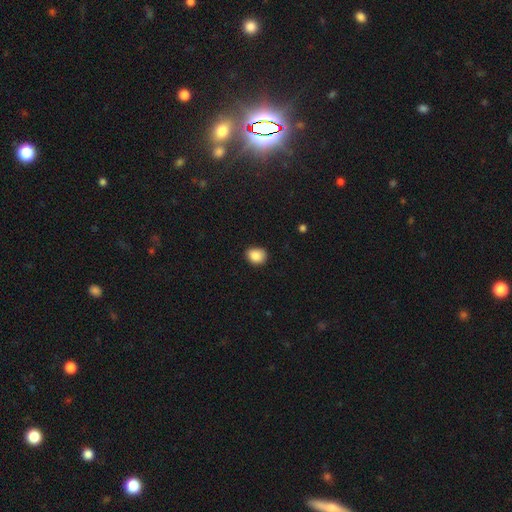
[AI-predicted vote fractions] smooth 88%, star or artifact 8%, featured or disk 3%. Down the decision tree: how rounded — round (56%); merging — none (83%).